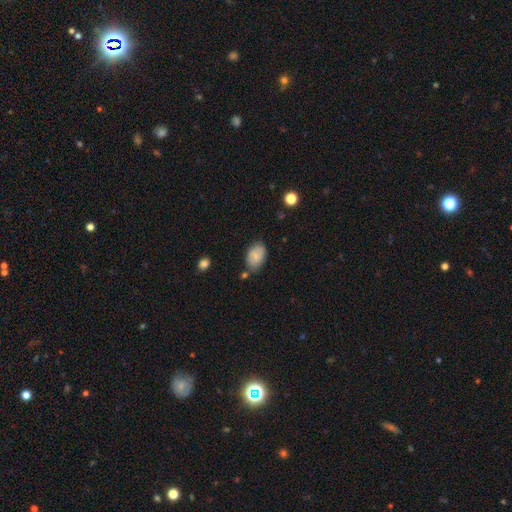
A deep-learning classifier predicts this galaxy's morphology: This appears to be a smooth galaxy with no disk features (80%) that is in between round and cigar-shaped (88%). Merging: none (67%).